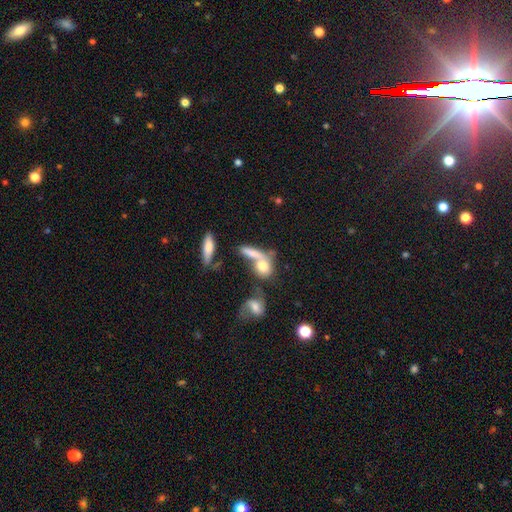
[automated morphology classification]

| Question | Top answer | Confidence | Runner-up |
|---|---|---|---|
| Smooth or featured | smooth | 64% | featured or disk (23%) |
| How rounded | in between | 45% | round (29%) |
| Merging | merger | 47% | none (31%) |